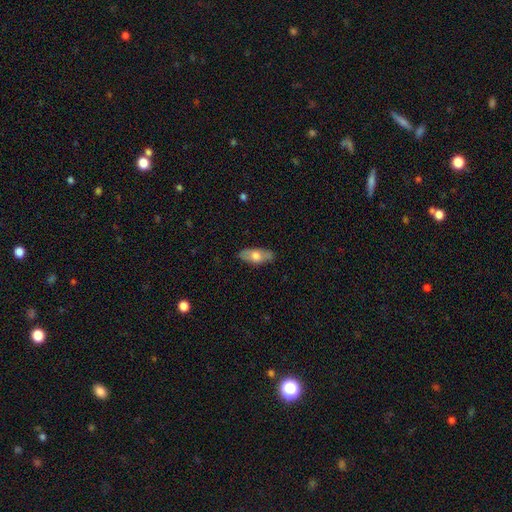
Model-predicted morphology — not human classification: Smooth or featured? smooth (63%)
How rounded? in between (82%)
Merging? none (84%)